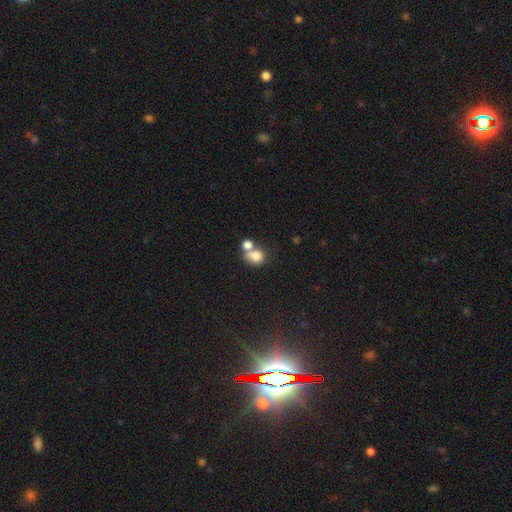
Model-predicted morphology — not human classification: Q: Smooth or featured?
A: smooth (78%); runner-up: featured or disk (11%)
Q: How rounded?
A: round (61%); runner-up: in between (38%)
Q: Merging?
A: merger (53%); runner-up: none (31%)